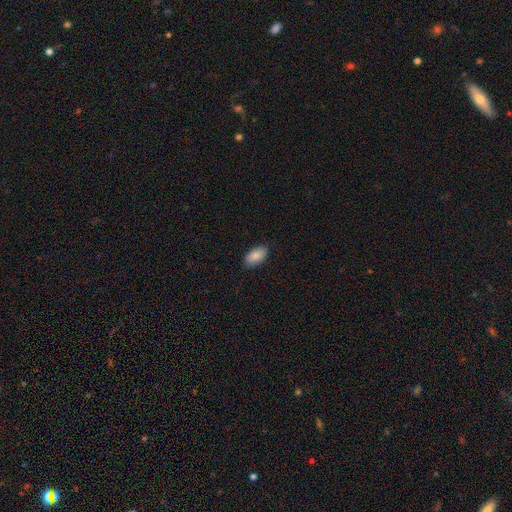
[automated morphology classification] smooth 89%, star or artifact 6%, featured or disk 5%. Down the decision tree: how rounded — in between (95%); merging — none (87%).